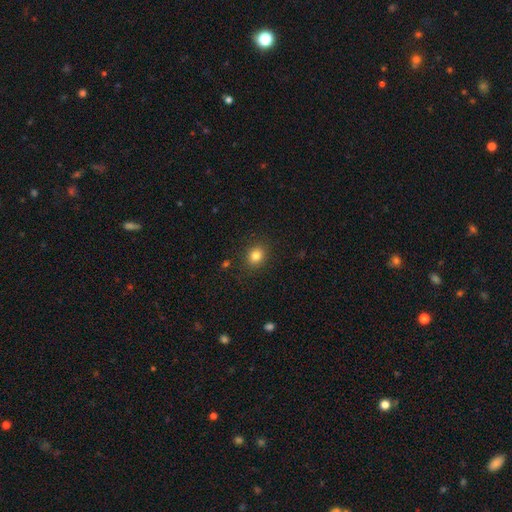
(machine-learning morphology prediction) Smooth or featured? Predicted: smooth (p=0.82). How rounded? Predicted: round (p=0.68). Merging? Predicted: none (p=0.88).